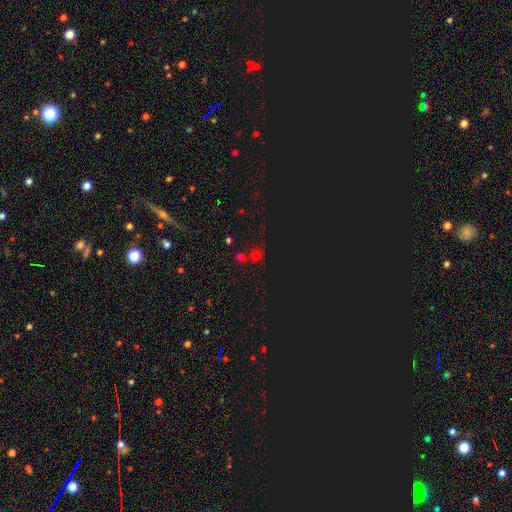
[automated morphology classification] Smooth or featured: star or artifact — 49% (smooth — 43%)